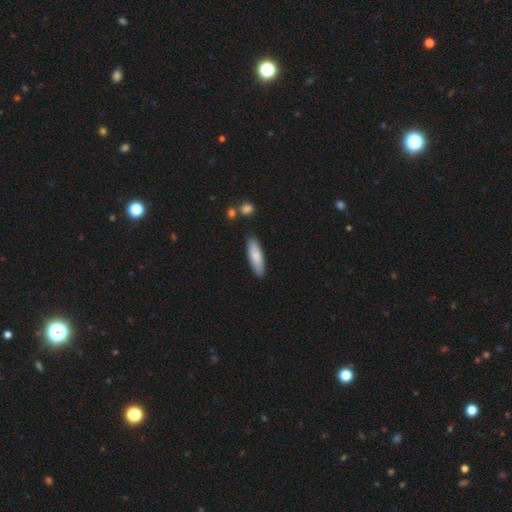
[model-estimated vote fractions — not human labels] smooth-or-featured: smooth: 81% | featured or disk: 14% | star or artifact: 5%
  how-rounded: cigar-shaped: 57% | in between: 41% | round: 2%
  merging: none: 87% | minor disturbance: 9% | merger: 2% | major disturbance: 2%